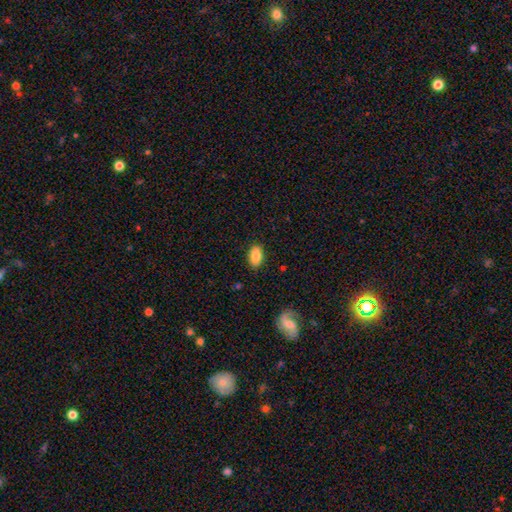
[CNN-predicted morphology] type=smooth (85%); roundness=in between (92%); merging=none (86%).